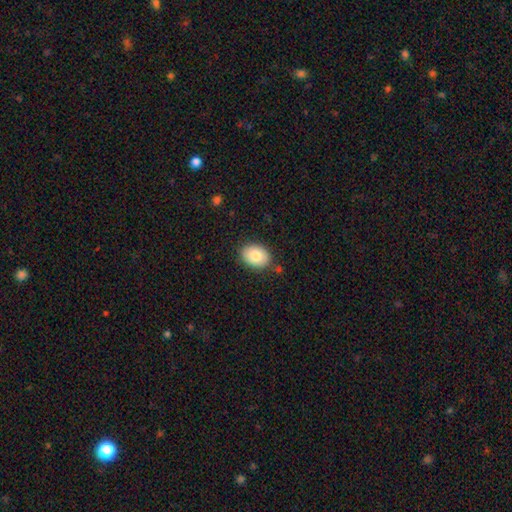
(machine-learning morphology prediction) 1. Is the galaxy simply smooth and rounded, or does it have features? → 82% smooth, 10% featured or disk, 7% star or artifact.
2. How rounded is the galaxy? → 70% in between, 29% round, 1% cigar-shaped.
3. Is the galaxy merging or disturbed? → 84% none, 11% minor disturbance, 2% major disturbance, 2% merger.